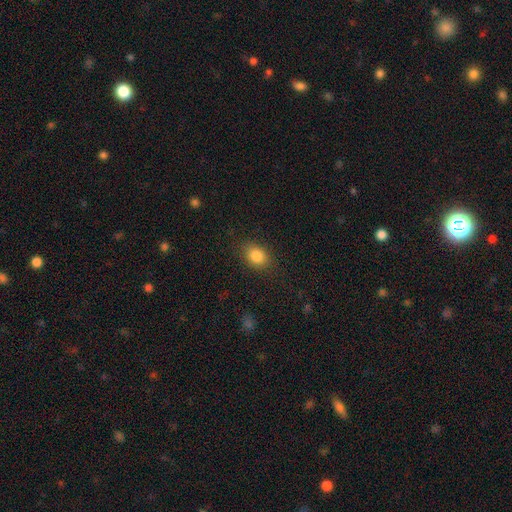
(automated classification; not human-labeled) smooth_or_featured: smooth (p=0.85) [alt: star or artifact p=0.09]
how_rounded: in between (p=0.69) [alt: round p=0.30]
merging: none (p=0.83) [alt: minor disturbance p=0.12]